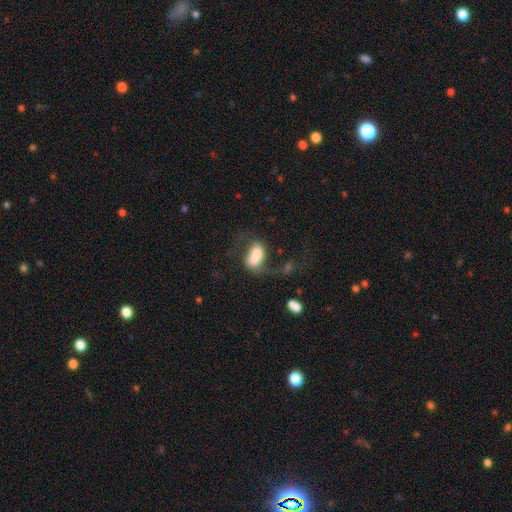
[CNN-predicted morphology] Smooth or featured? Predicted: smooth (p=0.54). How rounded? Predicted: in between (p=0.86). Merging? Predicted: merger (p=0.29).